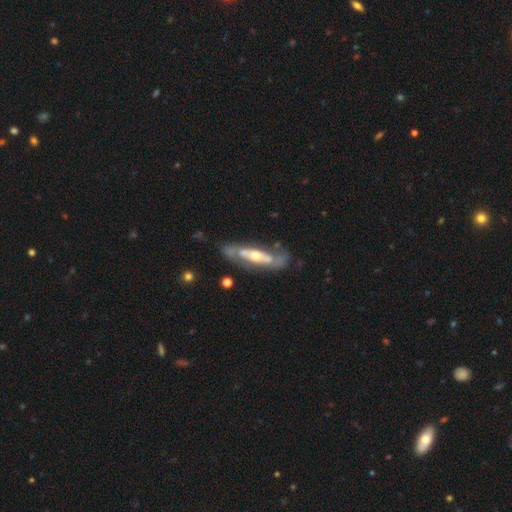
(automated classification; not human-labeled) A featured or disk galaxy (71%).

Vote fractions:
- Smooth or featured? featured or disk: 71% / smooth: 24% / star or artifact: 5%
- Edge-on disk? no: 66% / yes: 34%
- Merging? none: 64% / minor disturbance: 20% / major disturbance: 10% / merger: 6%